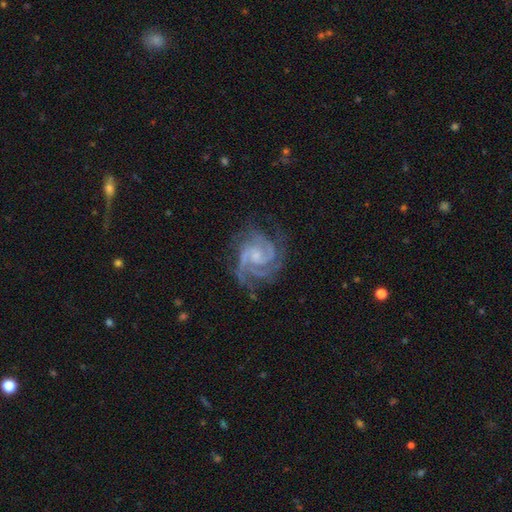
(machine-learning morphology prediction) A featured or disk galaxy (92%) with no bar (56%), 3 (46%) tight (57%) spiral arms (98%) and a small central bulge (56%).

Vote fractions:
- Smooth or featured? featured or disk: 92% / star or artifact: 5% / smooth: 4%
- Edge-on disk? no: 98% / yes: 2%
- Bar? no: 56% / weak: 36% / strong: 8%
- Spiral arms? yes: 98% / no: 2%
- Spiral winding? tight: 57% / medium: 39% / loose: 5%
- Spiral arm count? 3: 46% / 2: 24% / 4: 11% / can't tell: 10% / more than 4: 5% / 1: 5%
- Bulge size? small: 56% / moderate: 27% / none: 14% / large: 2% / dominant: 1%
- Merging? none: 71% / minor disturbance: 18% / major disturbance: 10% / merger: 1%